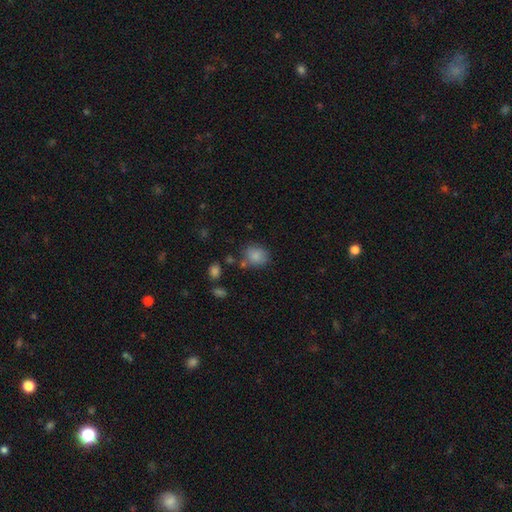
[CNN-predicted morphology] This appears to be a smooth galaxy with no disk features (84%) that is round (71%). Merging: none (73%).